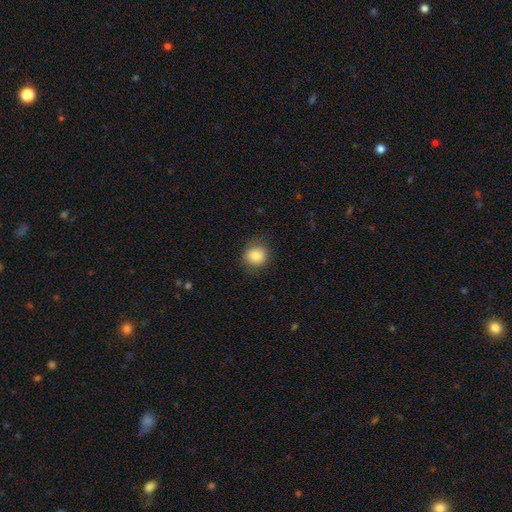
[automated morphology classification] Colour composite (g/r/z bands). It shows a smooth galaxy with no disk features (83%) that is round (80%). Merging: none (80%).